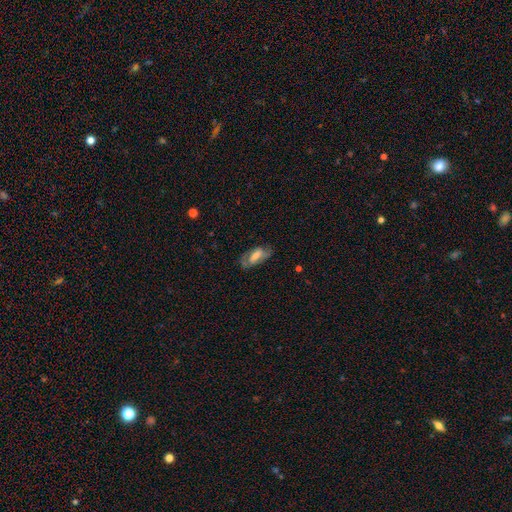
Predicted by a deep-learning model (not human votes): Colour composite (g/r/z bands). It shows a featured or disk galaxy (55%). Merging: none (68%).